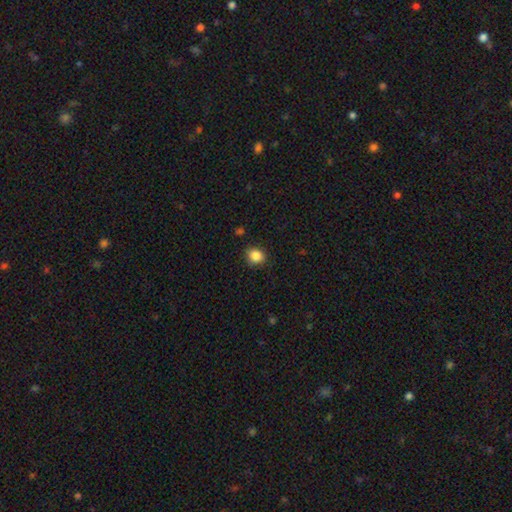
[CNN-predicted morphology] smooth-or-featured: smooth: 85% | star or artifact: 10% | featured or disk: 4%
  how-rounded: round: 65% | in between: 34% | cigar-shaped: 1%
  merging: none: 85% | minor disturbance: 11% | major disturbance: 2% | merger: 1%